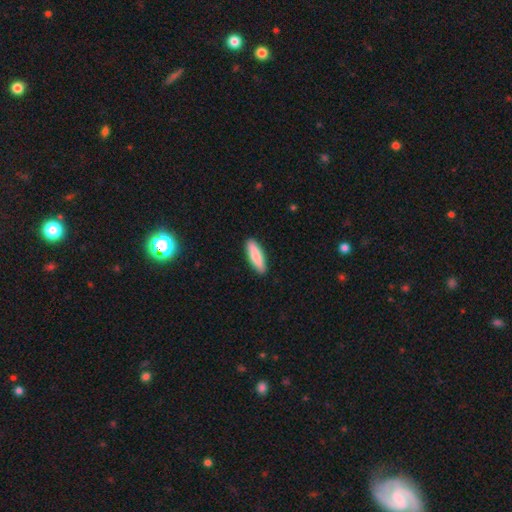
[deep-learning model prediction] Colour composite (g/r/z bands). It shows a smooth galaxy with no disk features (85%) that is cigar-shaped (62%). Merging: none (91%).